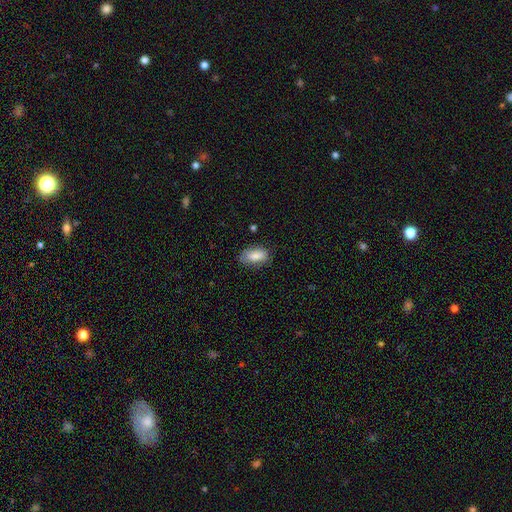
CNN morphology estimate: A smooth galaxy with no disk features (85%) that is in between round and cigar-shaped (92%). Merging: none (71%).